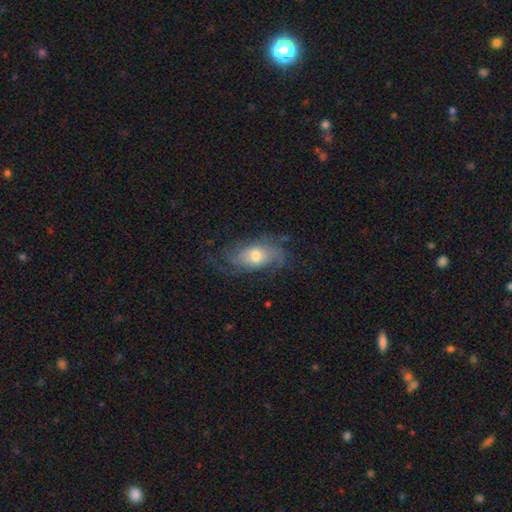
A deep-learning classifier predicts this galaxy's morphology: Smooth or featured? Predicted: featured or disk (p=0.69). Edge-on disk? Predicted: no (p=0.92). Bar? Predicted: no (p=0.71). Spiral arms? Predicted: yes (p=0.86). Spiral winding? Predicted: medium (p=0.39). Spiral arm count? Predicted: can't tell (p=0.34). Bulge size? Predicted: moderate (p=0.66). Merging? Predicted: none (p=0.59).